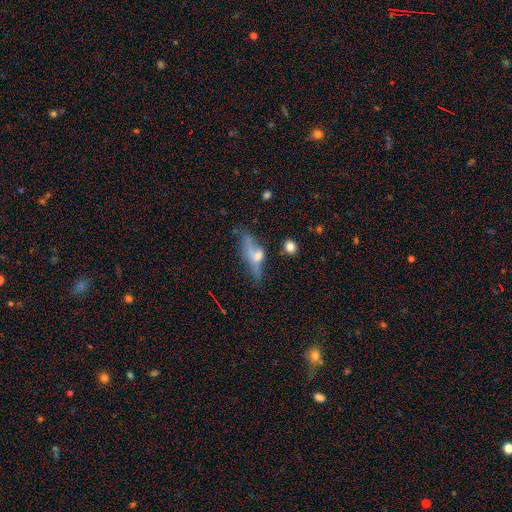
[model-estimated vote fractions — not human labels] This is possibly a smooth galaxy (48%). Merging: marginally none (38%).